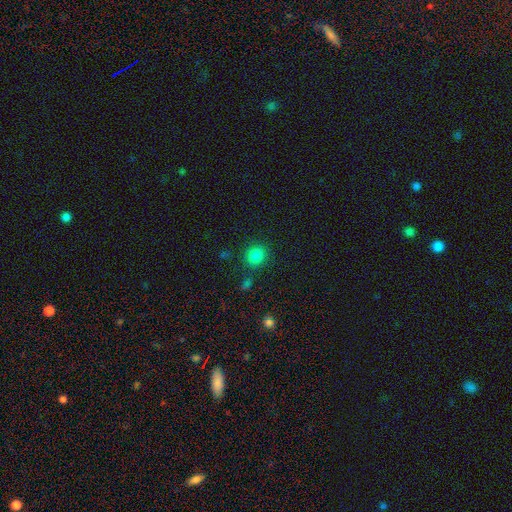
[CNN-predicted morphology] Overall: smooth (82%). How rounded: round (85%). Merging: none (81%).